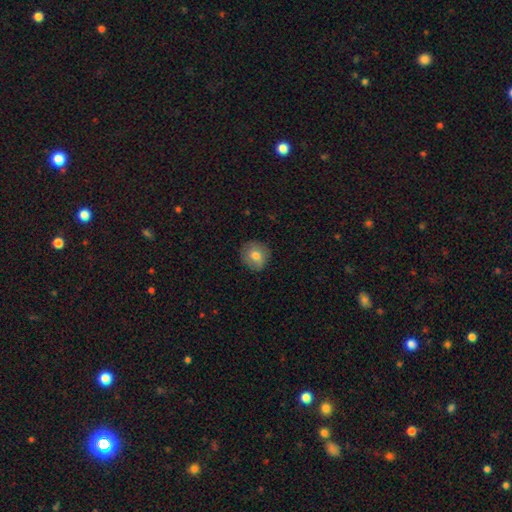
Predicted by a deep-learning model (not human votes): Smooth or featured: smooth — 77% (featured or disk — 14%)
How rounded: round — 87% (in between — 12%)
Merging: none — 84% (minor disturbance — 12%)